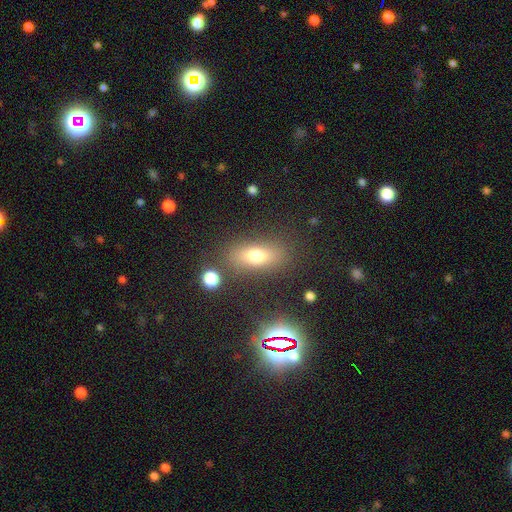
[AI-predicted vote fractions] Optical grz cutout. It shows a smooth galaxy with no disk features (71%) that is in between round and cigar-shaped (74%). Merging: none (80%).